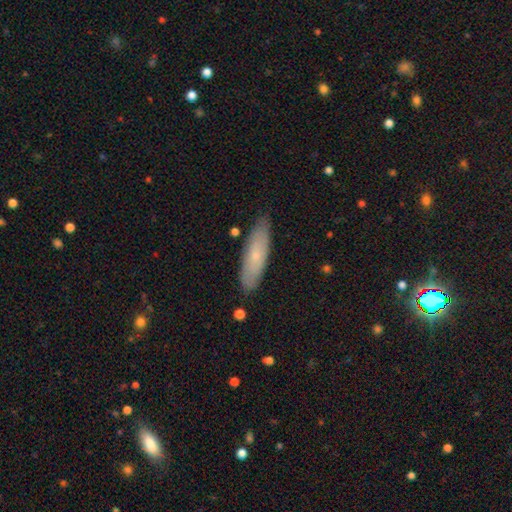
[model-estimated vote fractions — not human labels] smooth-or-featured: smooth: 62% | featured or disk: 31% | star or artifact: 7%
  how-rounded: cigar-shaped: 63% | in between: 35% | round: 2%
  merging: none: 84% | minor disturbance: 12% | major disturbance: 2% | merger: 2%